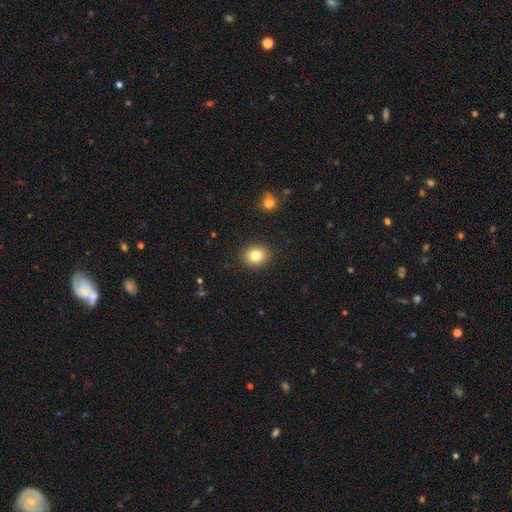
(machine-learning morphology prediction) This appears to be a smooth galaxy with no disk features (82%) that is round (66%). Merging: none (90%).